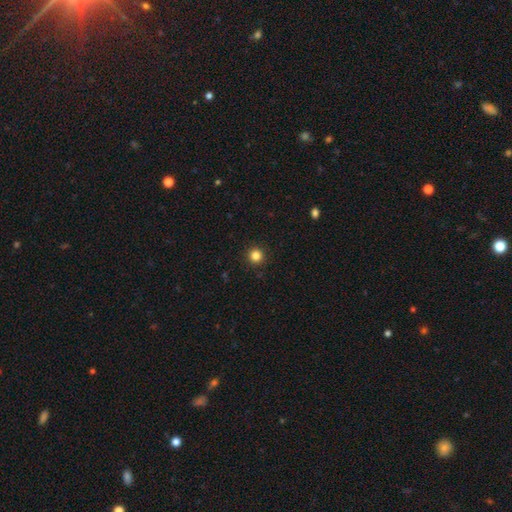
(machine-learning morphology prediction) Q: Smooth or featured?
A: smooth (83%); runner-up: star or artifact (12%)
Q: How rounded?
A: round (95%); runner-up: in between (4%)
Q: Merging?
A: none (93%); runner-up: minor disturbance (5%)